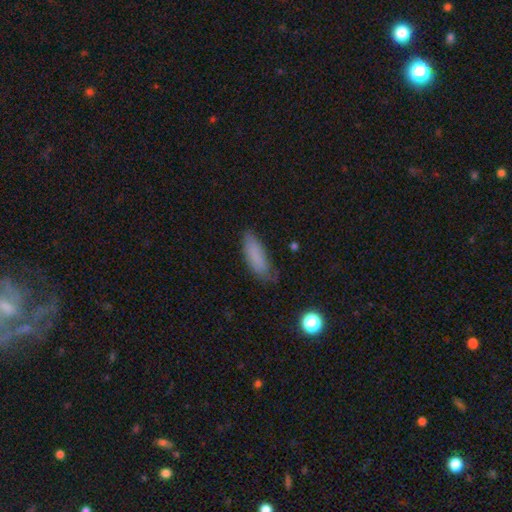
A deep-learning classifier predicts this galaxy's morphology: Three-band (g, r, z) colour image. It shows a smooth galaxy with no disk features (82%) that is in between round and cigar-shaped (59%). Merging: none (66%).